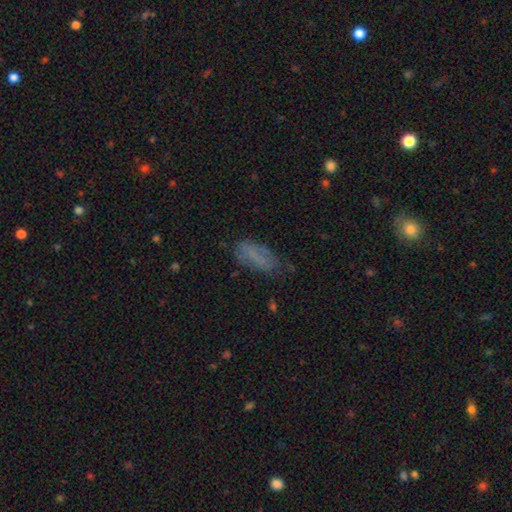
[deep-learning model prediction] This is likely a smooth galaxy (65%). How rounded: likely in between (80%). Merging: likely none (67%).